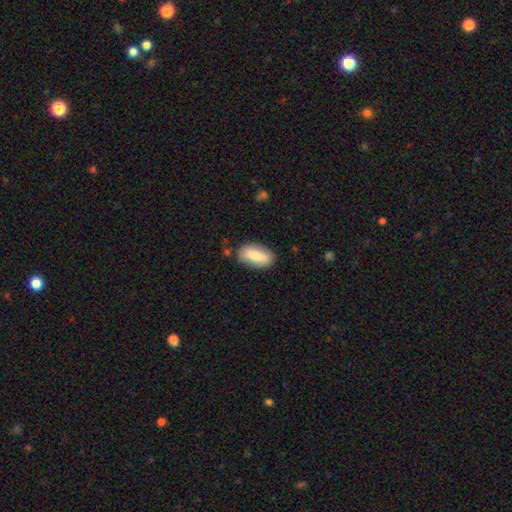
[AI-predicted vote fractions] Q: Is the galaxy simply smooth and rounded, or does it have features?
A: smooth — 76%.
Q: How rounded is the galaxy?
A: in between — 89%.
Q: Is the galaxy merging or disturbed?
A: none — 81%.